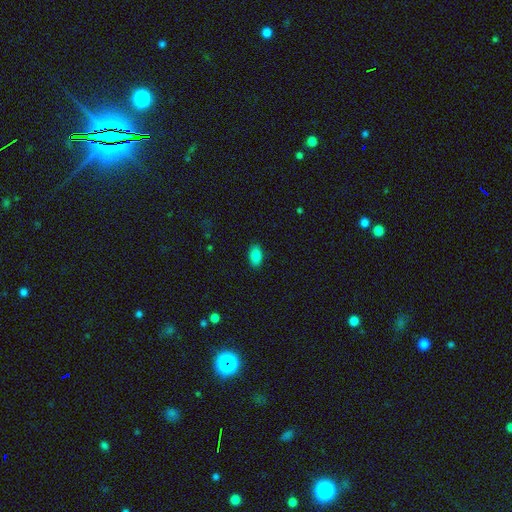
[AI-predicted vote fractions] Q: Smooth or featured?
A: smooth (86%); runner-up: star or artifact (9%)
Q: How rounded?
A: in between (93%); runner-up: round (5%)
Q: Merging?
A: none (88%); runner-up: minor disturbance (9%)